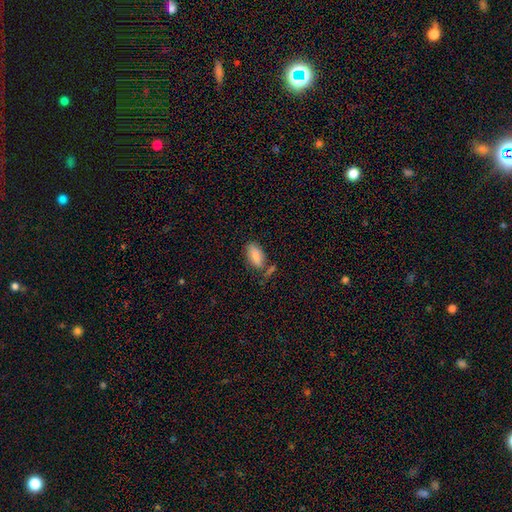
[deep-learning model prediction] A smooth galaxy with no disk features (86%) that is in between round and cigar-shaped (92%).

Vote fractions:
- Smooth or featured? smooth: 86% / featured or disk: 7% / star or artifact: 7%
- How rounded? in between: 92% / cigar-shaped: 5% / round: 3%
- Merging? none: 61% / minor disturbance: 20% / merger: 13% / major disturbance: 7%